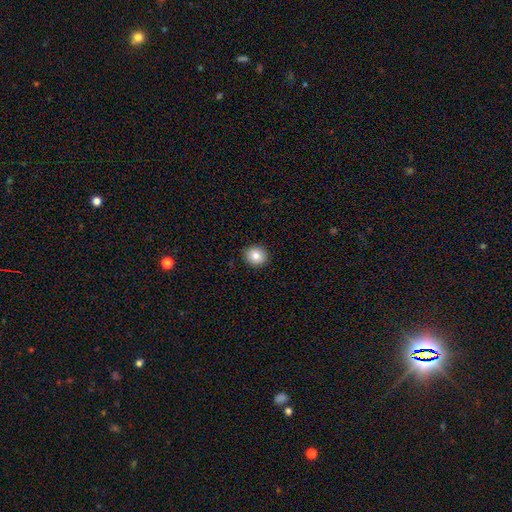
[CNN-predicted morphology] Smooth or featured?
  - smooth: 84% *
  - star or artifact: 9%
  - featured or disk: 7%
How rounded?
  - round: 83% *
  - in between: 16%
  - cigar-shaped: 1%
Merging?
  - none: 91% *
  - minor disturbance: 6%
  - major disturbance: 2%
  - merger: 1%